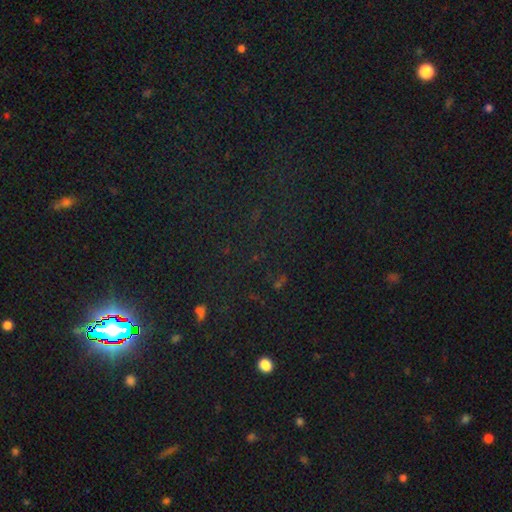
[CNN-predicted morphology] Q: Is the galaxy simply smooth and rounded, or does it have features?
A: star or artifact — 79%.